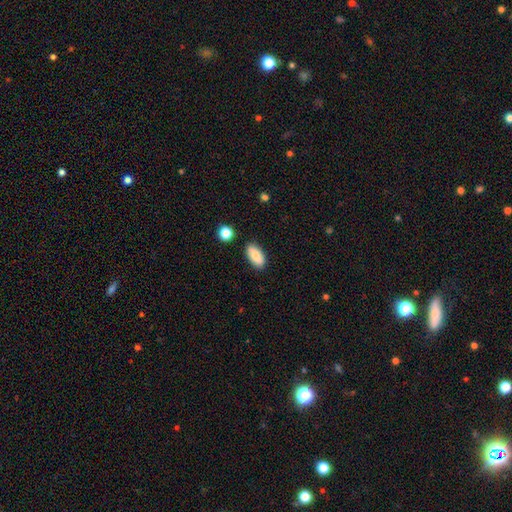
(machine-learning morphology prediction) Overall: smooth (82%). How rounded: in between (90%). Merging: none (84%).